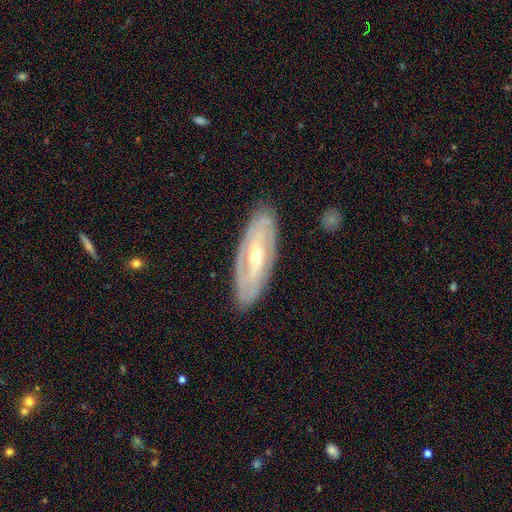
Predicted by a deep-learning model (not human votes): Q: Smooth or featured?
A: featured or disk (79%); runner-up: smooth (15%)
Q: Edge-on disk?
A: no (82%); runner-up: yes (18%)
Q: Bar?
A: no (38%); runner-up: weak (35%)
Q: Spiral arms?
A: yes (74%); runner-up: no (26%)
Q: Bulge size?
A: moderate (53%); runner-up: small (43%)
Q: Merging?
A: none (86%); runner-up: minor disturbance (11%)